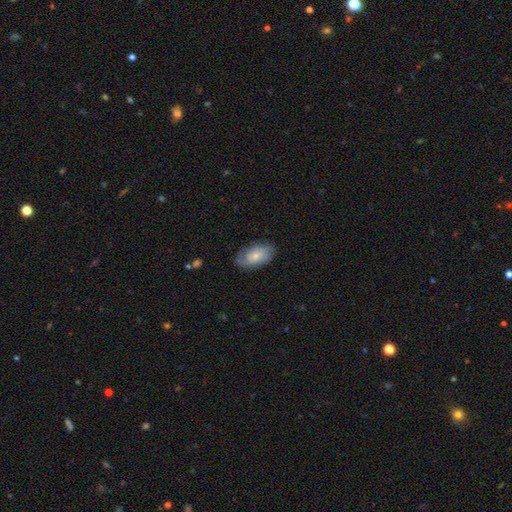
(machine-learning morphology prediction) Smooth or featured? smooth (60%)
How rounded? in between (92%)
Merging? none (75%)